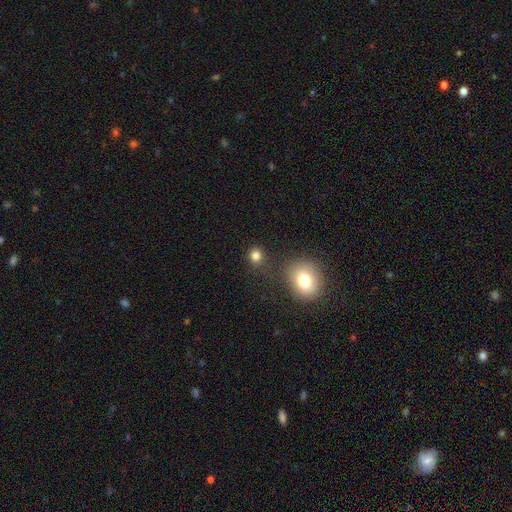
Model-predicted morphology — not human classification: Overall: smooth (81%). How rounded: round (80%). Merging: none (77%).